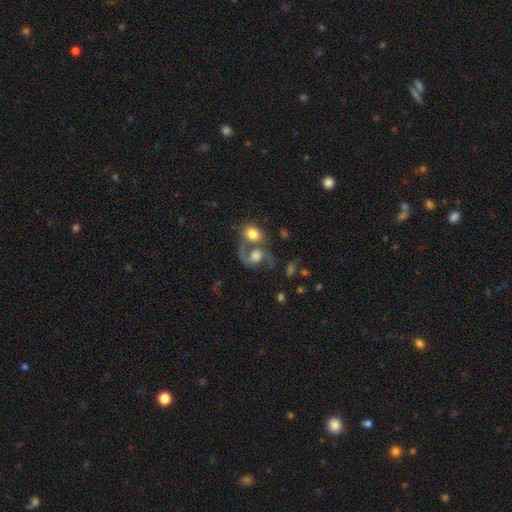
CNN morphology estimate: Smooth or featured? Predicted: featured or disk (p=0.58). Edge-on disk? Predicted: no (p=0.97). Bar? Predicted: no (p=0.68). Spiral arms? Predicted: yes (p=0.83). Bulge size? Predicted: moderate (p=0.41). Merging? Predicted: merger (p=0.58).